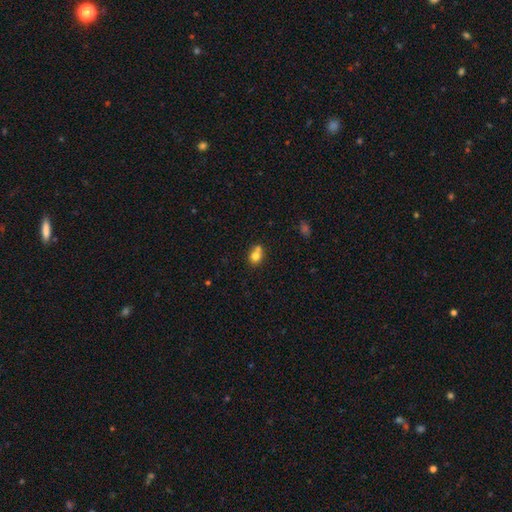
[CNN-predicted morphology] smooth-or-featured: smooth: 76% | featured or disk: 14% | star or artifact: 11%
  how-rounded: round: 65% | in between: 34% | cigar-shaped: 1%
  merging: merger: 45% | none: 41% | minor disturbance: 10% | major disturbance: 3%